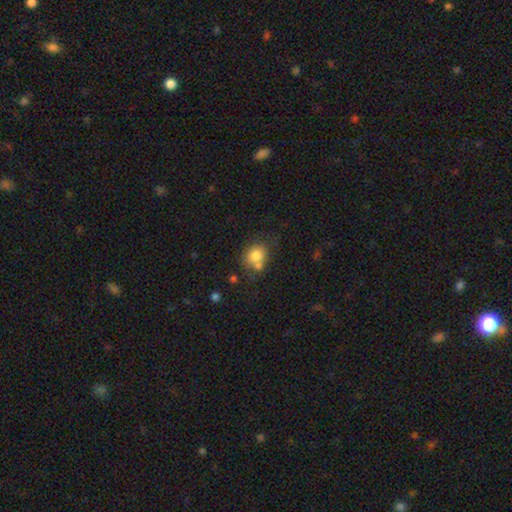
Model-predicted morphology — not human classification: Q: Smooth or featured?
A: smooth (79%); runner-up: featured or disk (11%)
Q: How rounded?
A: round (64%); runner-up: in between (35%)
Q: Merging?
A: none (50%); runner-up: merger (30%)